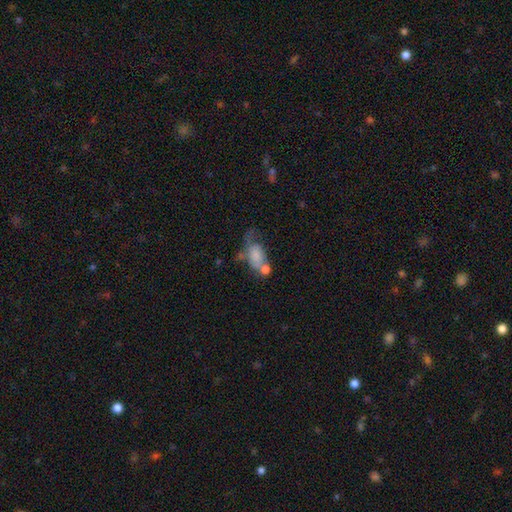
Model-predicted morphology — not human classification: The model was most divided on "merging": merger: 36%, major disturbance: 28%, none: 19%, minor disturbance: 17%. More confident: how rounded — in between (84%); smooth or featured — smooth (59%).